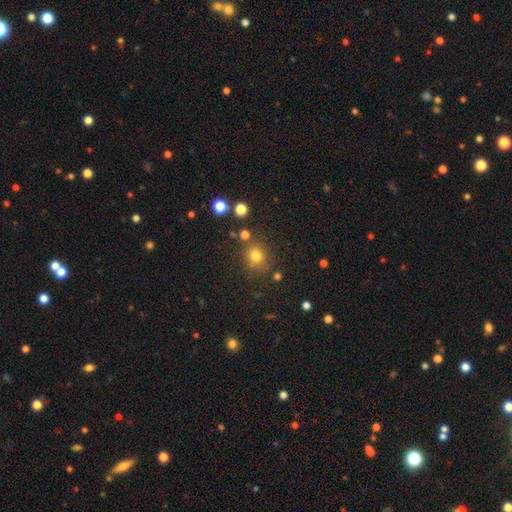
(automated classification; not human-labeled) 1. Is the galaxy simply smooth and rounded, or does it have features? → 78% smooth, 16% star or artifact, 7% featured or disk.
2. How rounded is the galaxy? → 83% round, 17% in between, 1% cigar-shaped.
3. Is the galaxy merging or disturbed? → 80% none, 11% minor disturbance, 6% merger, 4% major disturbance.